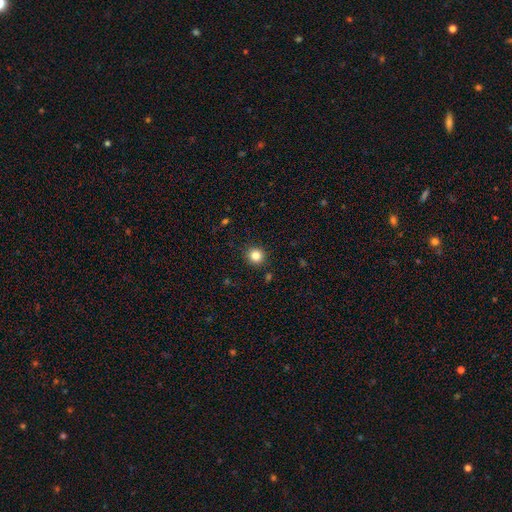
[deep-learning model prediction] Overall: smooth (84%). How rounded: round (93%). Merging: none (92%).